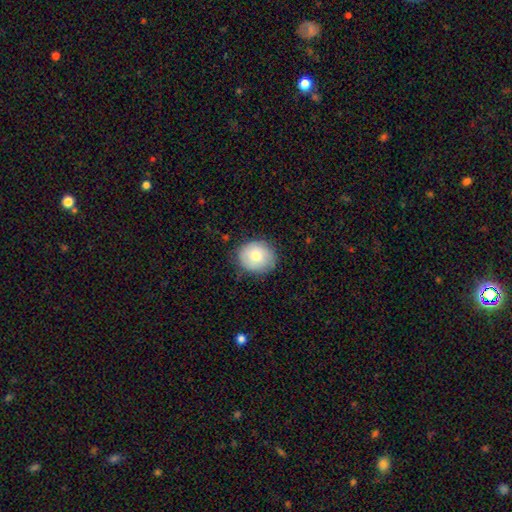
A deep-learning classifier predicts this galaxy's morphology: smooth_or_featured: smooth (p=0.77) [alt: featured or disk p=0.16]
how_rounded: round (p=0.73) [alt: in between p=0.26]
merging: none (p=0.80) [alt: minor disturbance p=0.16]